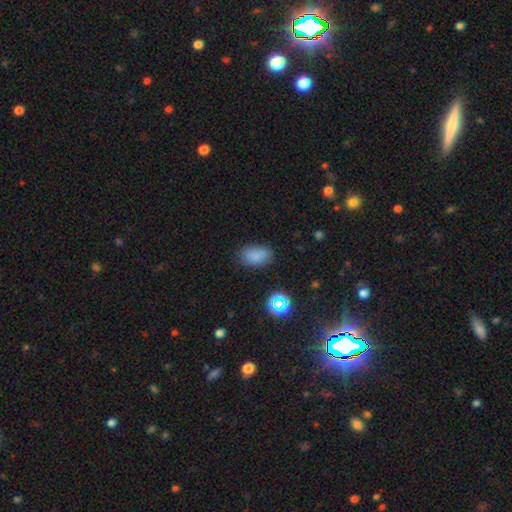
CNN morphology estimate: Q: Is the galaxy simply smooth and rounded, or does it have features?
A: smooth — 78%.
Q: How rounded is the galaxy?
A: in between — 87%.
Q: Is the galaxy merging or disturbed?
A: none — 74%.